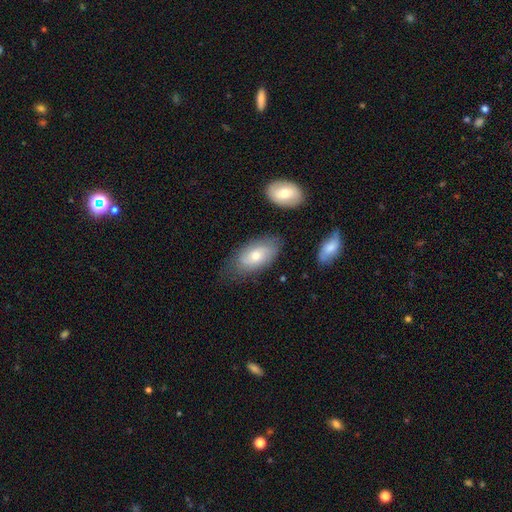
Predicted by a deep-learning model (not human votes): Q: Smooth or featured?
A: smooth (67%); runner-up: featured or disk (26%)
Q: How rounded?
A: in between (93%); runner-up: round (4%)
Q: Merging?
A: none (70%); runner-up: minor disturbance (20%)